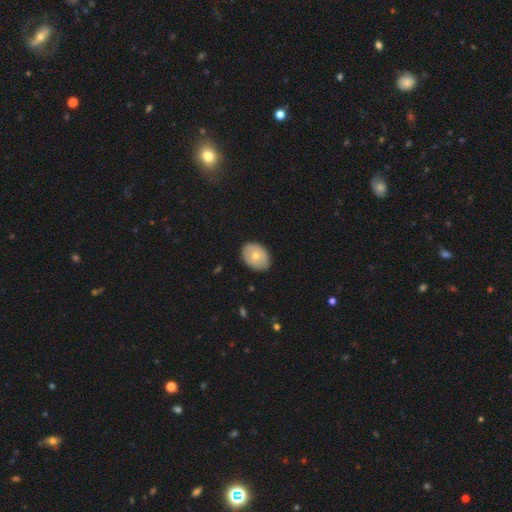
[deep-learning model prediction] A smooth galaxy with no disk features (65%) that is in between round and cigar-shaped (72%).

Vote fractions:
- Smooth or featured? smooth: 65% / featured or disk: 29% / star or artifact: 7%
- How rounded? in between: 72% / round: 27% / cigar-shaped: 1%
- Merging? none: 87% / minor disturbance: 10% / major disturbance: 2% / merger: 1%